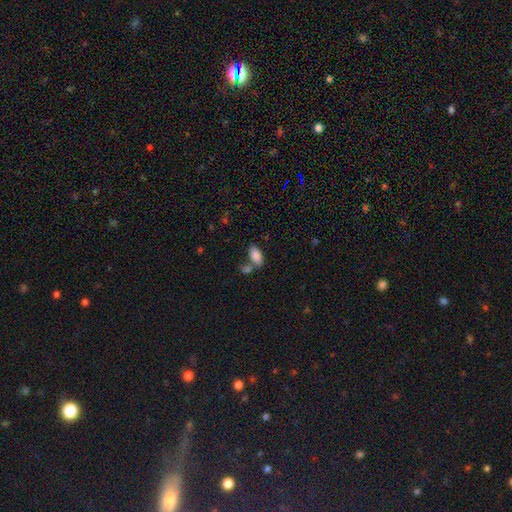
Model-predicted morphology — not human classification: Smooth or featured?
  - smooth: 84% *
  - featured or disk: 8%
  - star or artifact: 8%
How rounded?
  - in between: 91% *
  - cigar-shaped: 6%
  - round: 3%
Merging?
  - none: 53% *
  - merger: 30%
  - minor disturbance: 13%
  - major disturbance: 5%